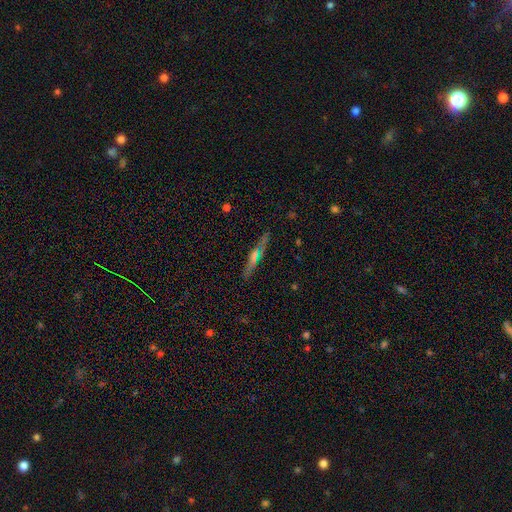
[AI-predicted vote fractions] Smooth or featured?
  - featured or disk: 48% *
  - smooth: 42%
  - star or artifact: 11%
Merging?
  - none: 87% *
  - minor disturbance: 9%
  - major disturbance: 2%
  - merger: 2%